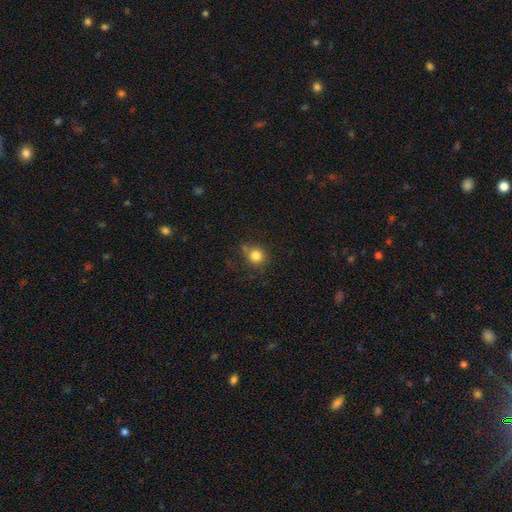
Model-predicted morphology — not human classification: The model was most divided on "merging": none: 70%, minor disturbance: 16%, merger: 9%, major disturbance: 6%. More confident: how rounded — round (89%); smooth or featured — smooth (82%).